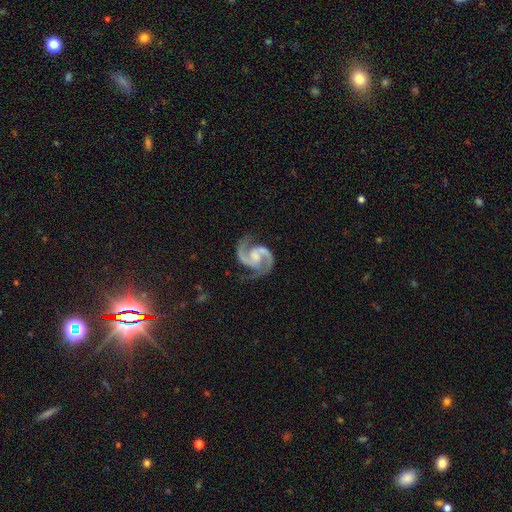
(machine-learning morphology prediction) This is clearly a featured or disk galaxy (94%). It is clearly not viewed edge-on (99%). Bar: possibly no (46%). Spiral arm pattern: clearly yes (99%). Spiral arm count: clearly 2 (94%). Spiral winding: likely medium (66%). Central bulge: marginally moderate (32%). Merging: likely none (77%).